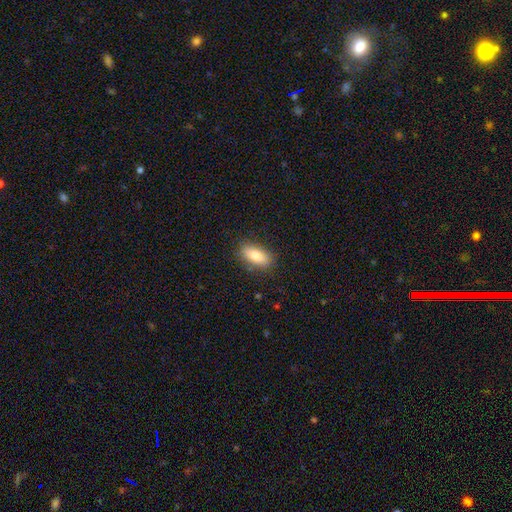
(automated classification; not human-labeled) Smooth or featured?
  - smooth: 84% *
  - featured or disk: 9%
  - star or artifact: 7%
How rounded?
  - in between: 86% *
  - cigar-shaped: 11%
  - round: 3%
Merging?
  - none: 85% *
  - minor disturbance: 11%
  - major disturbance: 3%
  - merger: 1%